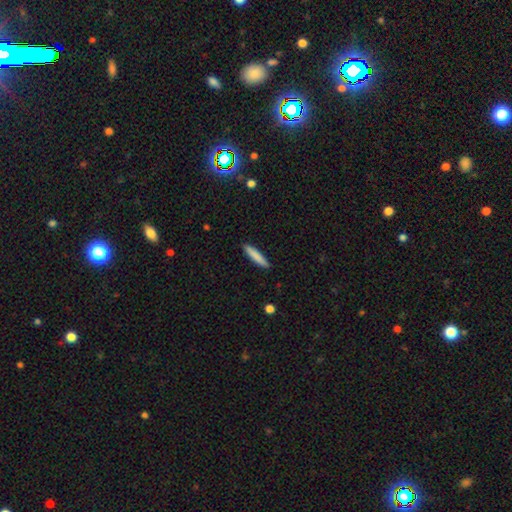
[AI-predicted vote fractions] Overall: smooth (84%). How rounded: cigar-shaped (90%). Merging: none (91%).